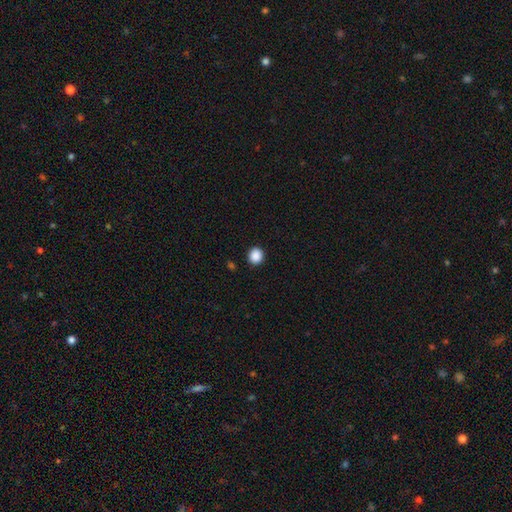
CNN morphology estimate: Overall: smooth (89%). How rounded: round (86%). Merging: none (91%).